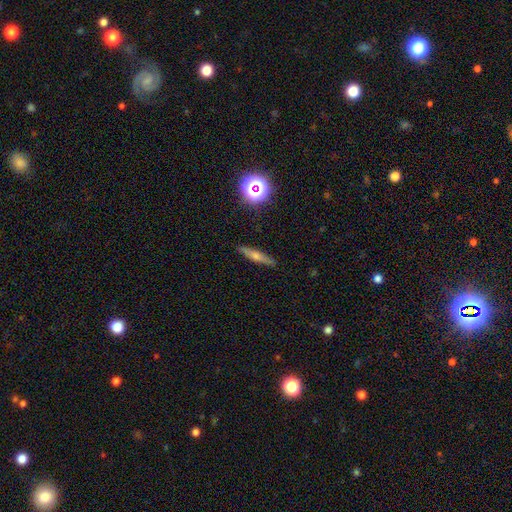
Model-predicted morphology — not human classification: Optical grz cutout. It shows a featured or disk galaxy (47%). Merging: none (89%).